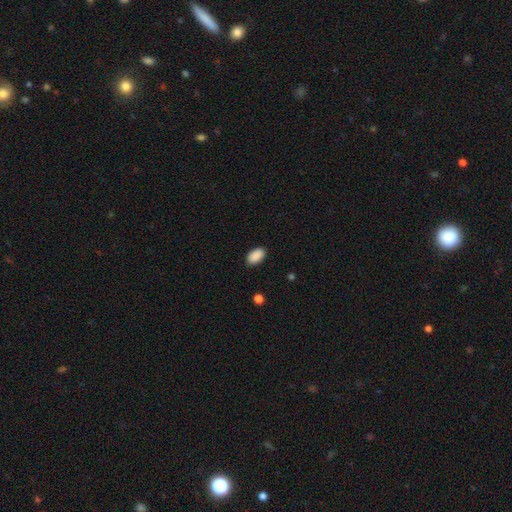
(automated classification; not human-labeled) A smooth galaxy with no disk features (90%) that is in between round and cigar-shaped (94%).

Vote fractions:
- Smooth or featured? smooth: 90% / star or artifact: 7% / featured or disk: 3%
- How rounded? in between: 94% / round: 5% / cigar-shaped: 2%
- Merging? none: 88% / minor disturbance: 9% / major disturbance: 2% / merger: 1%